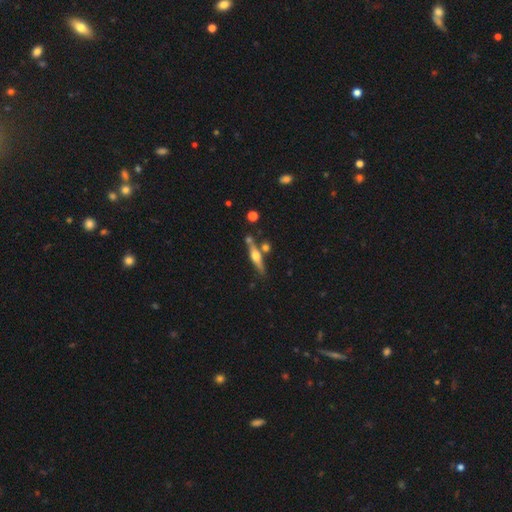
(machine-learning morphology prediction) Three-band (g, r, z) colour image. It shows a featured or disk galaxy (67%) viewed edge-on (96%) with a rounded central bulge (91%). Merging: none (73%).